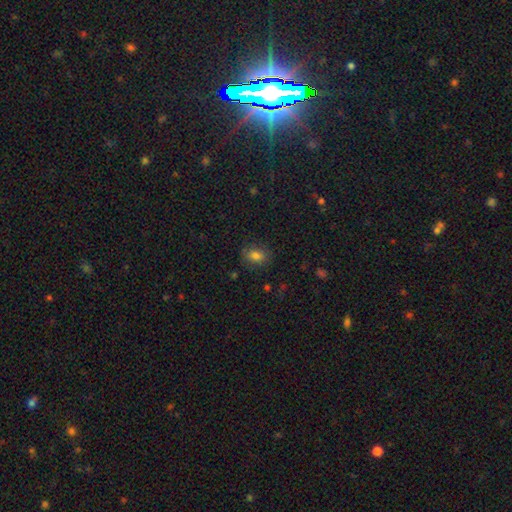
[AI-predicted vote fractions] smooth-or-featured: smooth: 81% | star or artifact: 11% | featured or disk: 8%
  how-rounded: in between: 76% | round: 22% | cigar-shaped: 2%
  merging: none: 80% | minor disturbance: 14% | major disturbance: 4% | merger: 1%